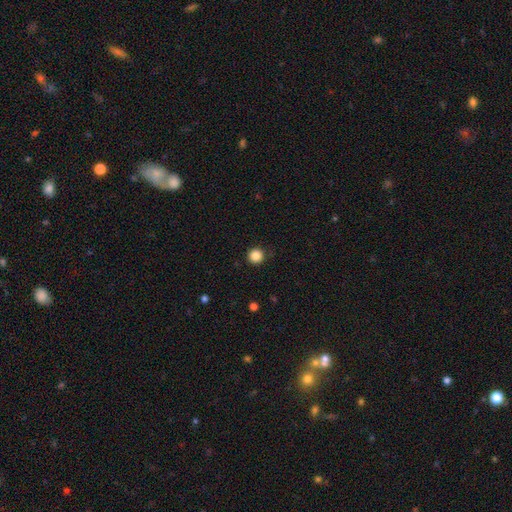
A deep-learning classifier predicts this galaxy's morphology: The model was most divided on "smooth or featured": smooth: 86%, star or artifact: 11%, featured or disk: 3%. More confident: how rounded — round (95%); merging — none (91%).